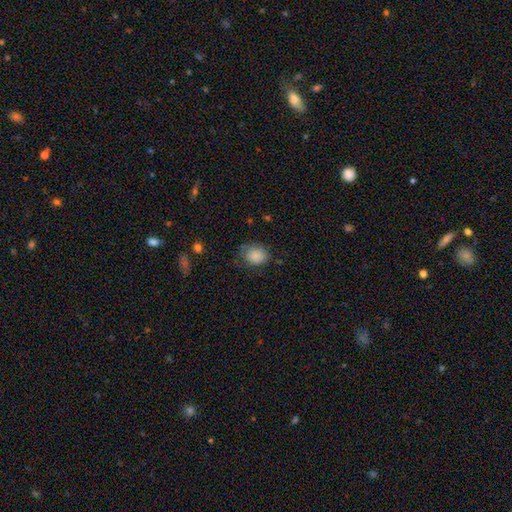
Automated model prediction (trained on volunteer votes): smooth-or-featured: smooth: 85% | star or artifact: 8% | featured or disk: 7%
  how-rounded: round: 58% | in between: 41% | cigar-shaped: 1%
  merging: none: 64% | minor disturbance: 25% | major disturbance: 9% | merger: 2%